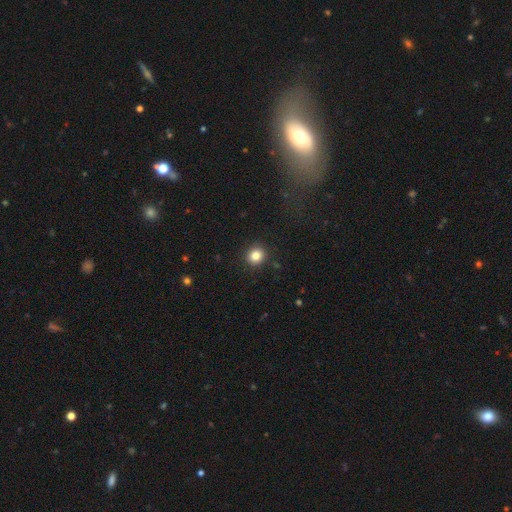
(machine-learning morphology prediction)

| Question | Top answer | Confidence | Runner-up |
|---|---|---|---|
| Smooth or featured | smooth | 84% | star or artifact (11%) |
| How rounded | round | 87% | in between (12%) |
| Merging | none | 91% | minor disturbance (6%) |